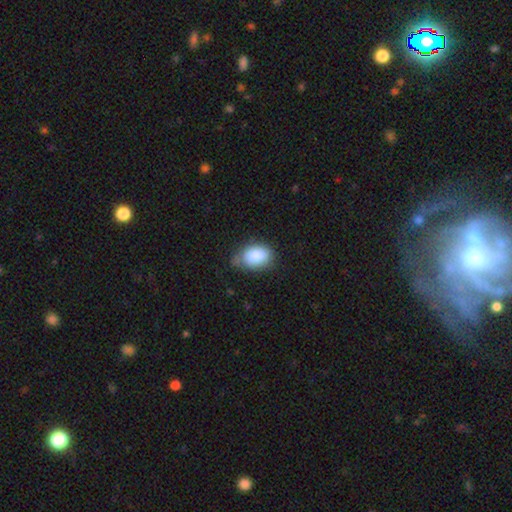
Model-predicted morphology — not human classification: This is clearly a smooth galaxy (85%). How rounded: clearly in between (84%). Merging: possibly none (55%).